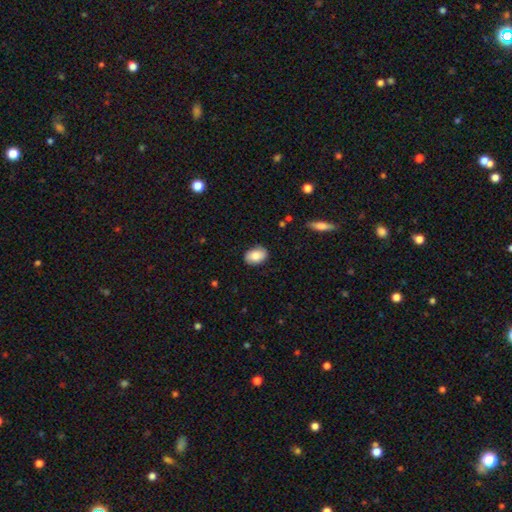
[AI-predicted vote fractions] Smooth or featured: smooth — 83% (featured or disk — 10%)
How rounded: in between — 84% (round — 15%)
Merging: none — 85% (minor disturbance — 11%)